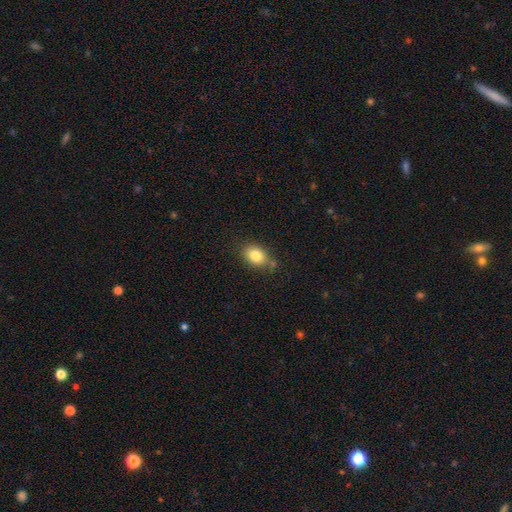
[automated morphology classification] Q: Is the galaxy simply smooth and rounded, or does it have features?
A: smooth — 82%.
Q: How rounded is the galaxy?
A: in between — 71%.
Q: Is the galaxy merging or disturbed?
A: none — 72%.